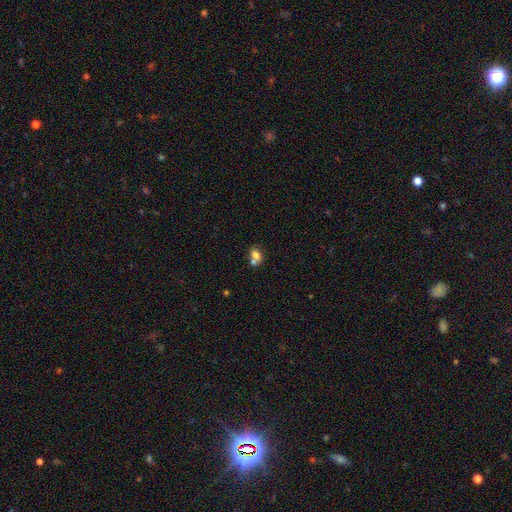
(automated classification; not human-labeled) smooth 74%, featured or disk 15%, star or artifact 11%. Down the decision tree: how rounded — in between (56%); merging — merger (55%).